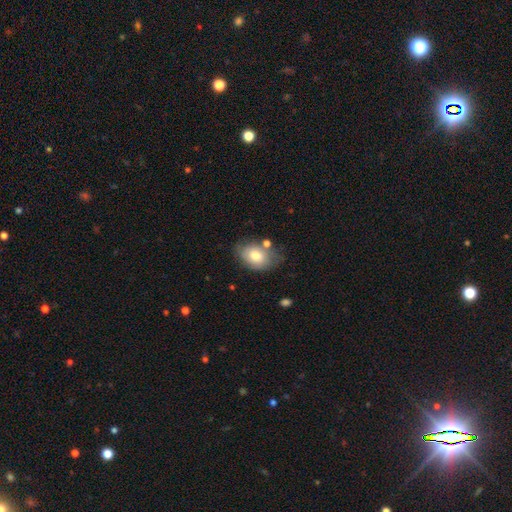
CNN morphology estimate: A smooth galaxy with no disk features (75%) that is in between round and cigar-shaped (78%). Merging: none (58%).